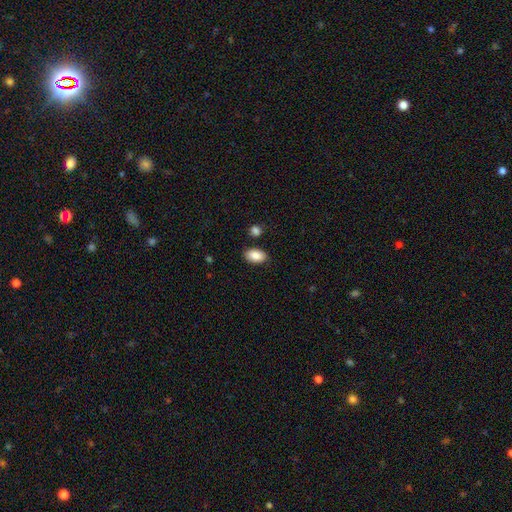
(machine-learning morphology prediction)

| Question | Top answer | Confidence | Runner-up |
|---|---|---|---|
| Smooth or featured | smooth | 88% | star or artifact (7%) |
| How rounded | in between | 93% | round (6%) |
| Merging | none | 84% | minor disturbance (11%) |